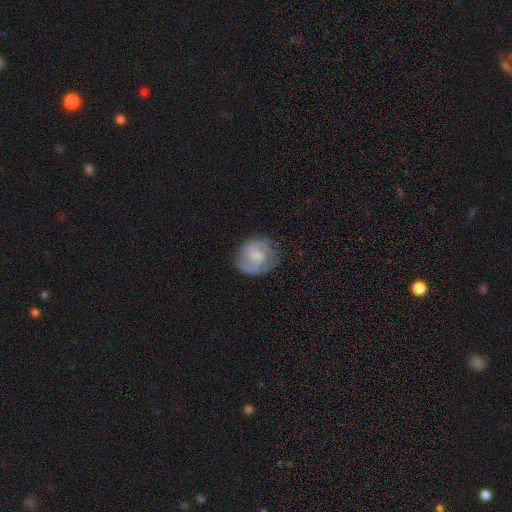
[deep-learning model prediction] Smooth or featured? Predicted: featured or disk (p=0.62). Edge-on disk? Predicted: no (p=0.98). Bar? Predicted: no (p=0.63). Spiral arms? Predicted: yes (p=0.83). Bulge size? Predicted: small (p=0.41). Merging? Predicted: none (p=0.70).